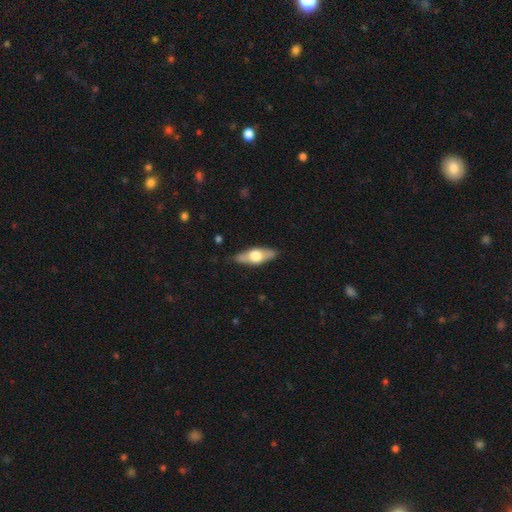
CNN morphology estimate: Smooth or featured: featured or disk — 48% (smooth — 47%)
Merging: none — 84% (minor disturbance — 12%)